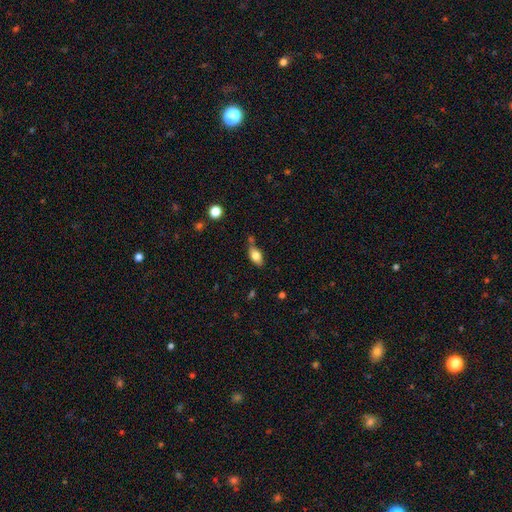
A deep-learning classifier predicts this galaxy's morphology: A smooth galaxy with no disk features (78%) that is in between round and cigar-shaped (88%). Merging: none (61%).